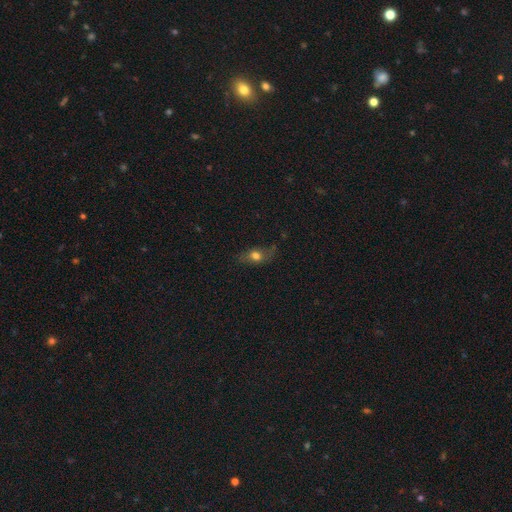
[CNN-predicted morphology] Q: Smooth or featured?
A: smooth (62%); runner-up: featured or disk (24%)
Q: How rounded?
A: in between (67%); runner-up: round (21%)
Q: Merging?
A: none (64%); runner-up: minor disturbance (23%)